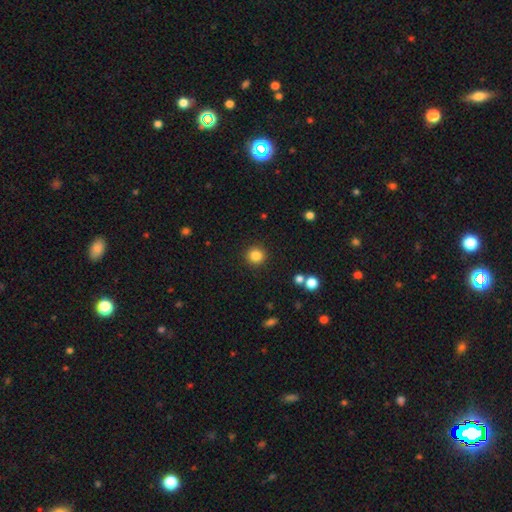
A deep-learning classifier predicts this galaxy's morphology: This is clearly a smooth galaxy (84%). How rounded: clearly round (94%). Merging: clearly none (92%).